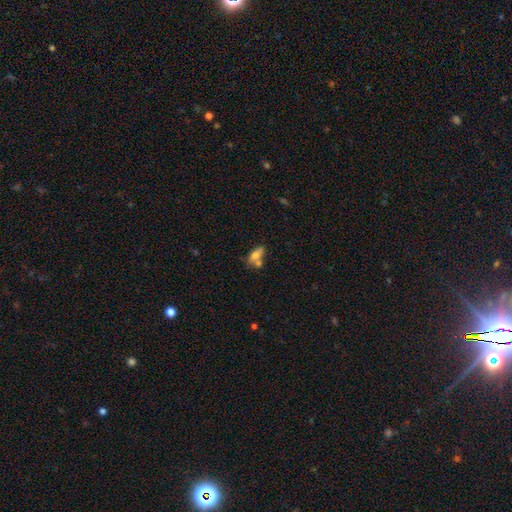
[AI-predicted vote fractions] Overall: smooth (70%). How rounded: in between (80%). Merging: merger (40%; none 37%).